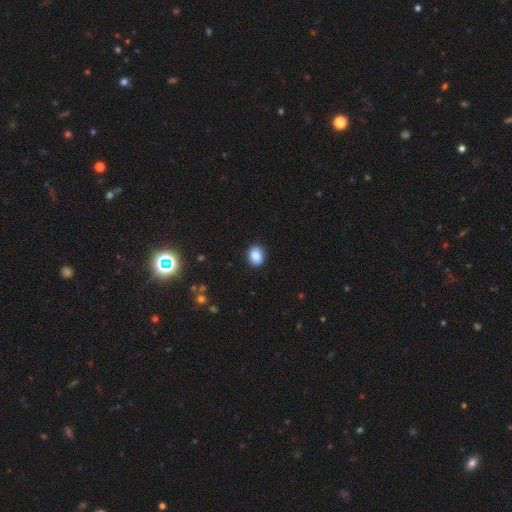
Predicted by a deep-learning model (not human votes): Morphology: type=smooth (86%); roundness=round (53%); merging=none (89%).